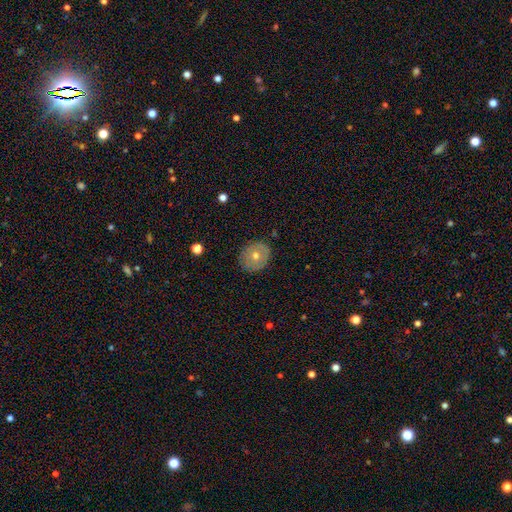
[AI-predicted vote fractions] smooth 52%, featured or disk 39%, star or artifact 9%. Down the decision tree: how rounded — round (80%); merging — none (86%).